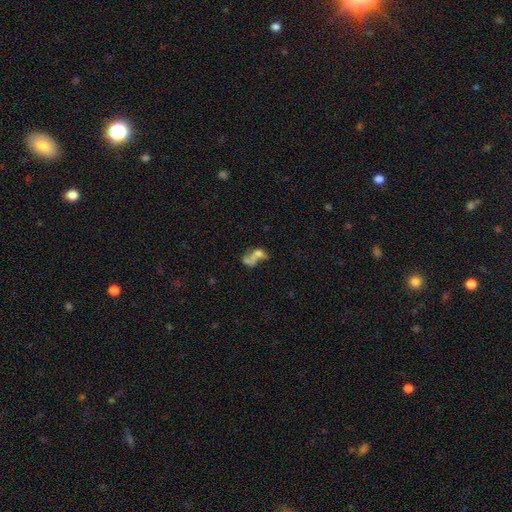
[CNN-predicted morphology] This is possibly a smooth galaxy (50%). Merging: possibly merger (60%).